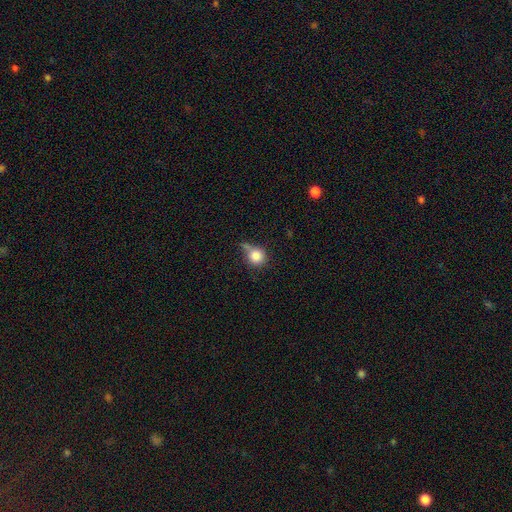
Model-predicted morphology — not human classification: smooth_or_featured: smooth (p=0.82) [alt: star or artifact p=0.10]
how_rounded: round (p=0.84) [alt: in between p=0.15]
merging: none (p=0.42) [alt: minor disturbance p=0.31]